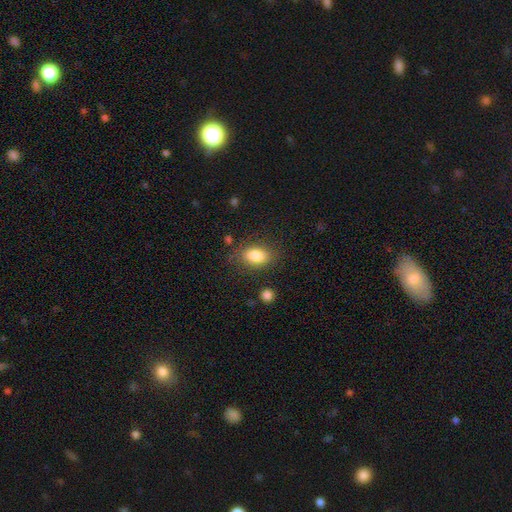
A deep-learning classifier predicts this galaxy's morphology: A smooth galaxy with no disk features (84%) that is in between round and cigar-shaped (85%).

Vote fractions:
- Smooth or featured? smooth: 84% / star or artifact: 8% / featured or disk: 8%
- How rounded? in between: 85% / round: 13% / cigar-shaped: 2%
- Merging? none: 80% / minor disturbance: 13% / major disturbance: 4% / merger: 2%